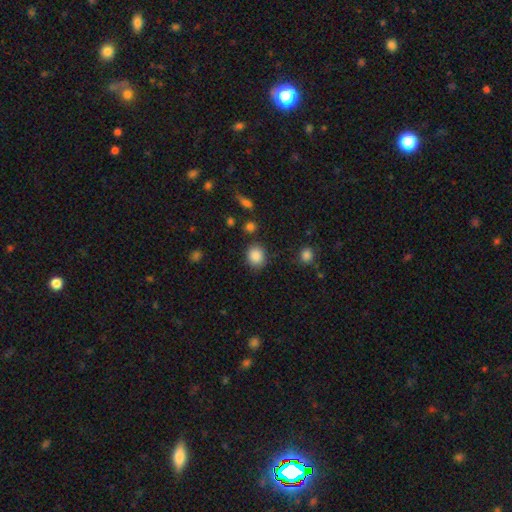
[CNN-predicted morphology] smooth 87%, star or artifact 9%, featured or disk 4%. Down the decision tree: how rounded — round (66%); merging — none (83%).